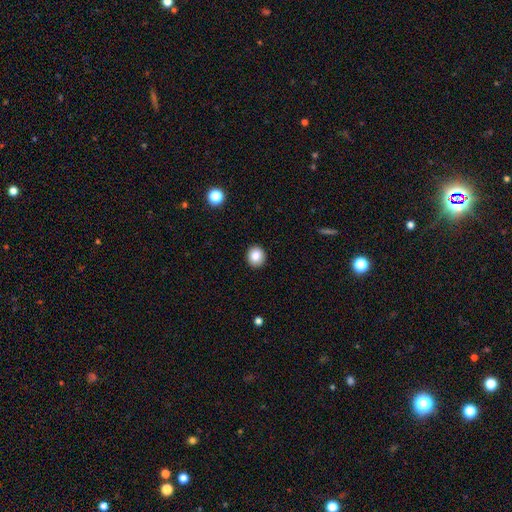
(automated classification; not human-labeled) Smooth or featured? smooth (86%)
How rounded? round (81%)
Merging? none (91%)